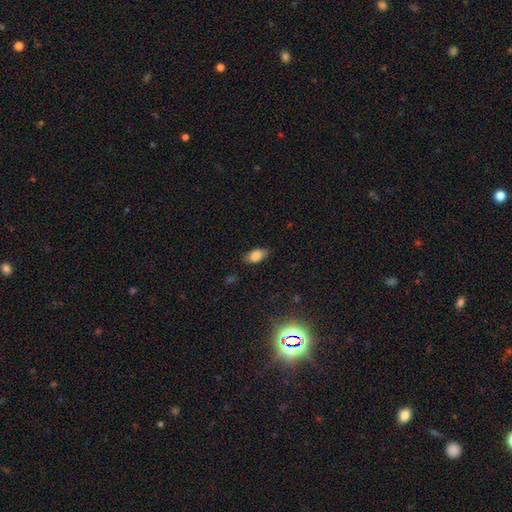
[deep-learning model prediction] A smooth galaxy with no disk features (82%) that is in between round and cigar-shaped (89%).

Vote fractions:
- Smooth or featured? smooth: 82% / star or artifact: 9% / featured or disk: 8%
- How rounded? in between: 89% / cigar-shaped: 6% / round: 5%
- Merging? none: 81% / minor disturbance: 14% / major disturbance: 3% / merger: 1%